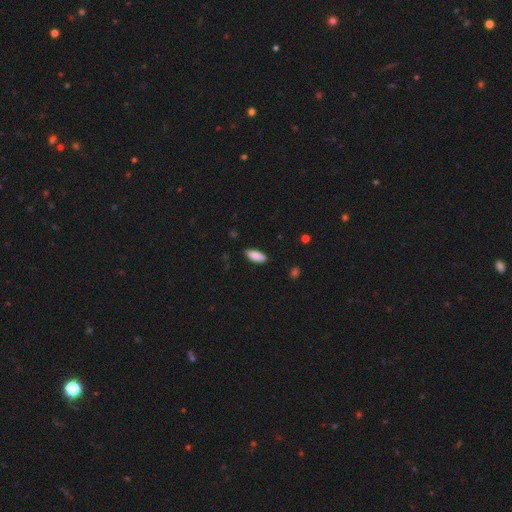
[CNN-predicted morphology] smooth-or-featured: smooth: 89% | star or artifact: 6% | featured or disk: 5%
  how-rounded: in between: 85% | cigar-shaped: 14% | round: 2%
  merging: none: 86% | minor disturbance: 11% | major disturbance: 2% | merger: 1%